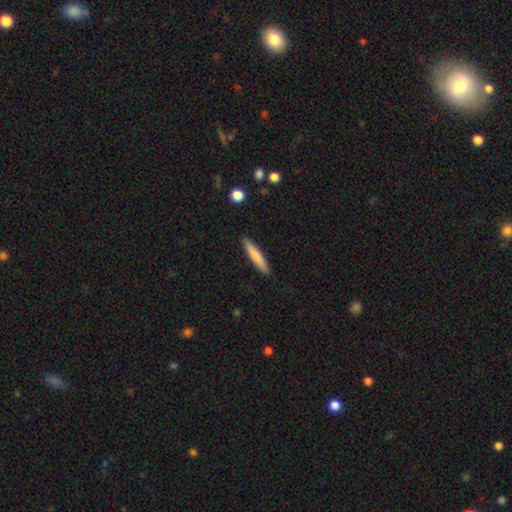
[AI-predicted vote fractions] smooth_or_featured: smooth (p=0.77) [alt: featured or disk p=0.17]
how_rounded: cigar-shaped (p=0.91) [alt: in between p=0.08]
merging: none (p=0.90) [alt: minor disturbance p=0.07]